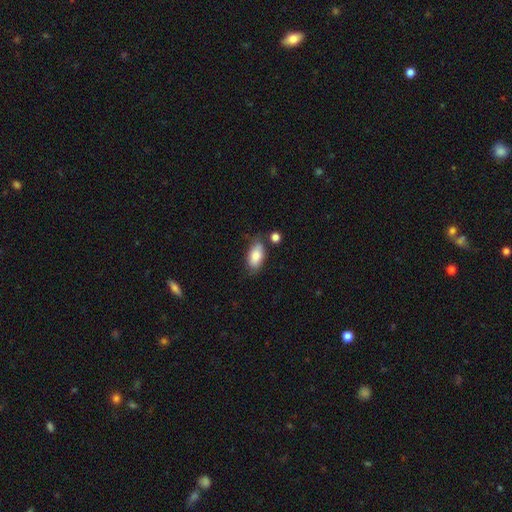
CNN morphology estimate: Overall: smooth (82%). How rounded: in between (91%). Merging: none (67%).